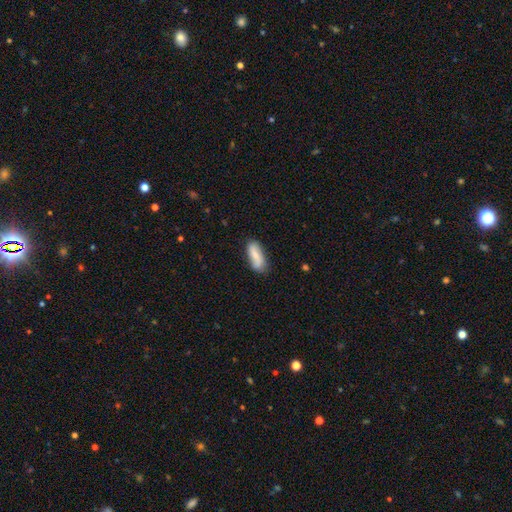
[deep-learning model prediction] This is likely a smooth galaxy (67%). How rounded: likely in between (75%). Merging: likely none (71%).